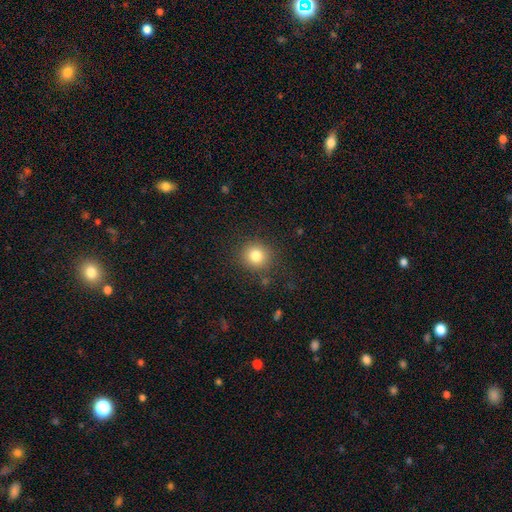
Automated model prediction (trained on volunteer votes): Morphology: type=smooth (81%); roundness=round (90%); merging=none (87%).